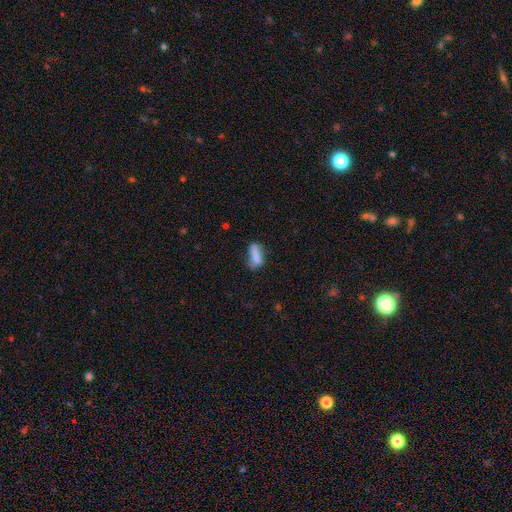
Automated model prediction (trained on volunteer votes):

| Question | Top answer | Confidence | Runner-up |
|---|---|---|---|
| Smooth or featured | smooth | 73% | featured or disk (17%) |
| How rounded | in between | 69% | cigar-shaped (27%) |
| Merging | none | 42% | minor disturbance (29%) |